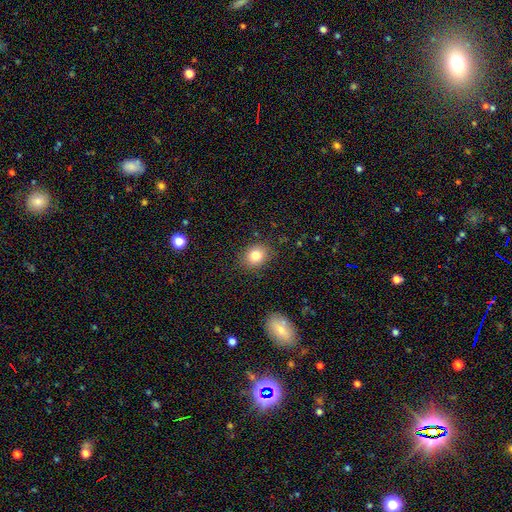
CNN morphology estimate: This appears to be a smooth galaxy with no disk features (82%) that is round (59%). Merging: none (85%).